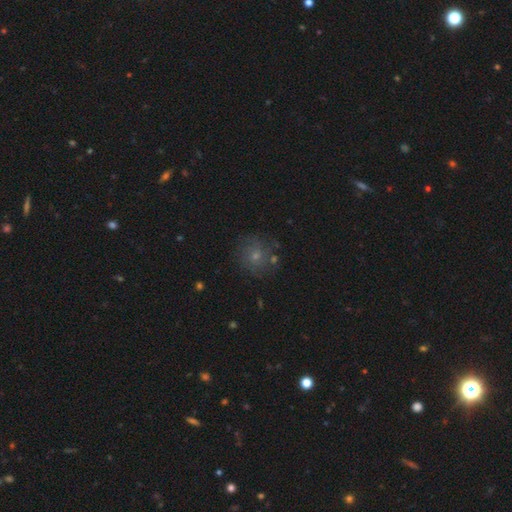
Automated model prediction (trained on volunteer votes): A smooth galaxy with no disk features (51%) that is round (85%). Merging: none (74%).